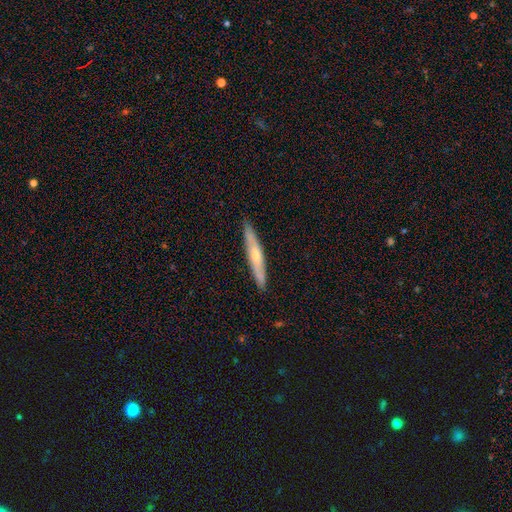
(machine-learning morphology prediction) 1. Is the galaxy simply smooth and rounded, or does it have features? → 54% featured or disk, 41% smooth, 6% star or artifact.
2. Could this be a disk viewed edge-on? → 88% yes, 12% no.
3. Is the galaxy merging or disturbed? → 89% none, 8% minor disturbance, 1% major disturbance, 1% merger.